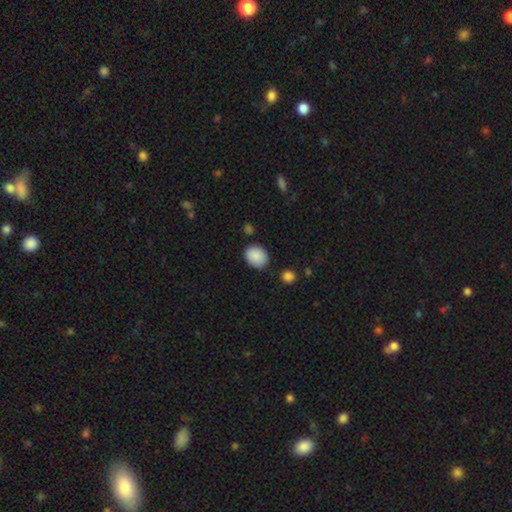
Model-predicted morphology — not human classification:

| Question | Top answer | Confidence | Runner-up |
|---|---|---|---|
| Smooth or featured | smooth | 89% | star or artifact (7%) |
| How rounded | in between | 52% | round (47%) |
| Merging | none | 80% | minor disturbance (15%) |